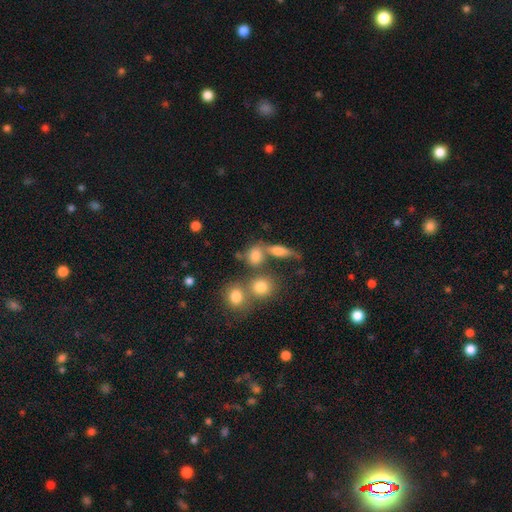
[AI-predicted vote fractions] Overall: smooth (74%). How rounded: round (53%; in between 42%). Merging: none (50%; merger 31%).